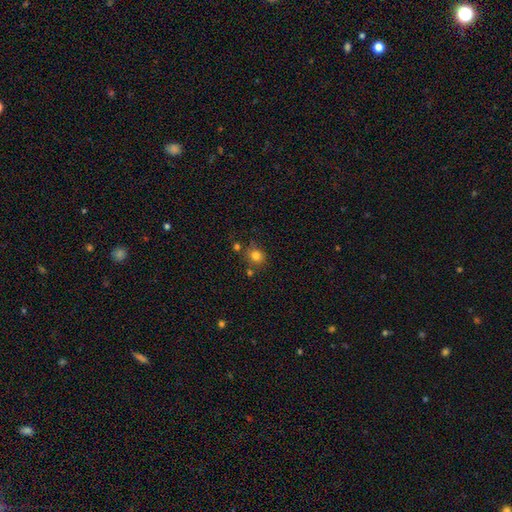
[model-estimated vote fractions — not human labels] The model was most divided on "merging": none: 71%, minor disturbance: 13%, merger: 11%, major disturbance: 4%. More confident: how rounded — round (80%); smooth or featured — smooth (79%).